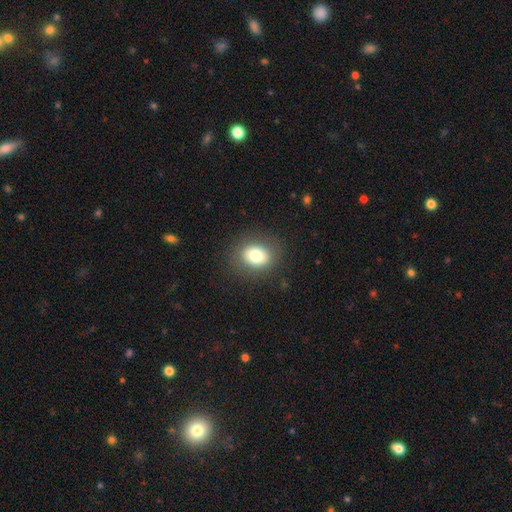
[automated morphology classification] Smooth or featured: smooth — 76% (featured or disk — 13%)
How rounded: round — 54% (in between — 45%)
Merging: none — 85% (minor disturbance — 9%)